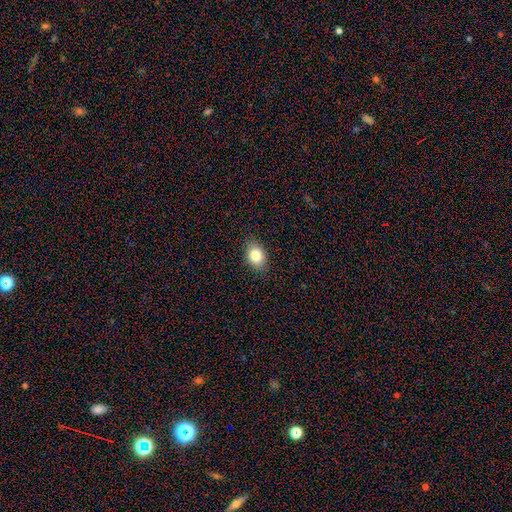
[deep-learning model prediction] The model was most divided on "how rounded": in between: 75%, round: 24%, cigar-shaped: 1%. More confident: merging — none (86%); smooth or featured — smooth (82%).